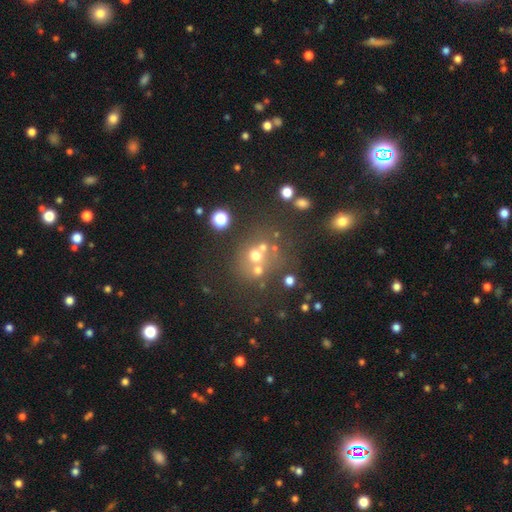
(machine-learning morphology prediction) This is possibly a smooth galaxy (54%). How rounded: clearly round (81%). Merging: possibly none (50%).